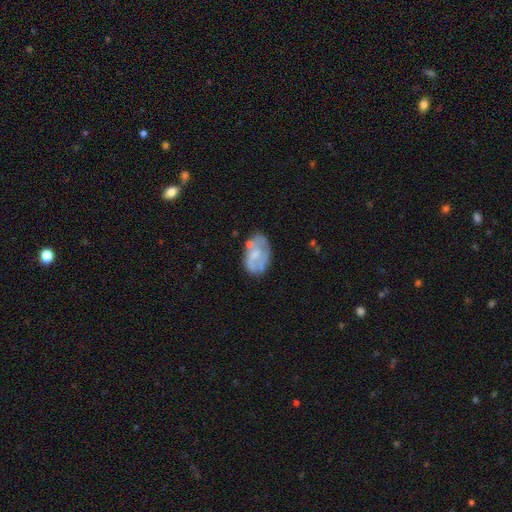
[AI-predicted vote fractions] A featured or disk galaxy (55%) with no bar (61%), no spiral arms (52%) and a small central bulge (41%).

Vote fractions:
- Smooth or featured? featured or disk: 55% / smooth: 38% / star or artifact: 7%
- Edge-on disk? no: 96% / yes: 4%
- Bar? no: 61% / weak: 32% / strong: 7%
- Spiral arms? no: 52% / yes: 48%
- Bulge size? small: 41% / moderate: 31% / none: 24% / large: 3% / dominant: 1%
- Merging? none: 53% / minor disturbance: 26% / major disturbance: 12% / merger: 9%